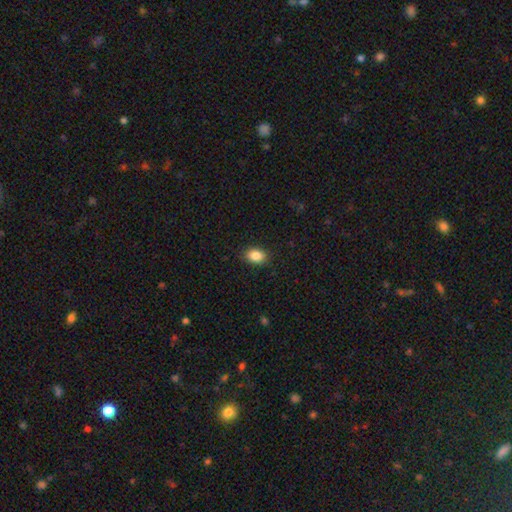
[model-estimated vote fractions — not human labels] Overall: smooth (87%). How rounded: in between (79%). Merging: none (87%).